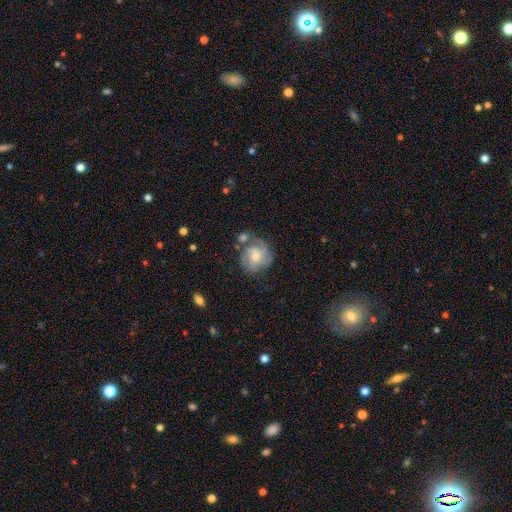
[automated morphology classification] Q: Smooth or featured?
A: featured or disk (69%); runner-up: smooth (24%)
Q: Edge-on disk?
A: no (98%); runner-up: yes (2%)
Q: Bar?
A: no (67%); runner-up: weak (29%)
Q: Spiral arms?
A: yes (91%); runner-up: no (9%)
Q: Spiral winding?
A: tight (48%); runner-up: medium (40%)
Q: Spiral arm count?
A: 3 (32%); runner-up: 2 (29%)
Q: Bulge size?
A: small (48%); runner-up: moderate (46%)
Q: Merging?
A: none (53%); runner-up: minor disturbance (21%)